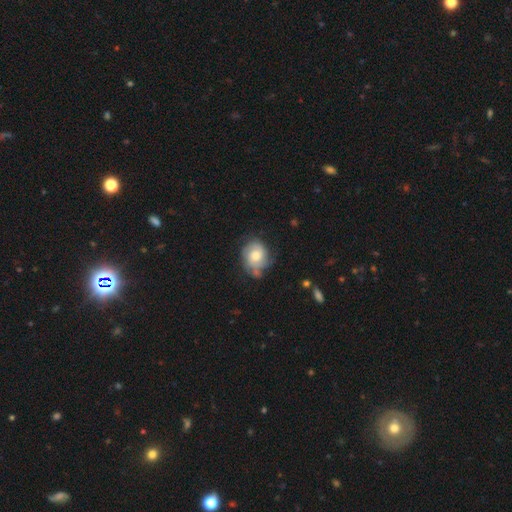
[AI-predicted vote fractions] featured or disk 58%, smooth 35%, star or artifact 7%. Down the decision tree: edge-on disk — no (97%); bar — no (73%); spiral arms — yes (86%); bulge size — moderate (59%); merging — none (59%).